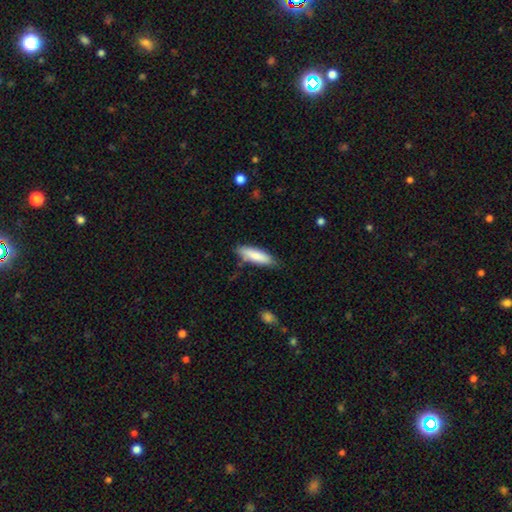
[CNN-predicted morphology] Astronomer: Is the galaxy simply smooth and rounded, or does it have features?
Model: smooth — 82%.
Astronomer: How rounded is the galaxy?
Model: cigar-shaped — 58% (runner-up: in between, 41%).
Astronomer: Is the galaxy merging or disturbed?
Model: none — 73%.